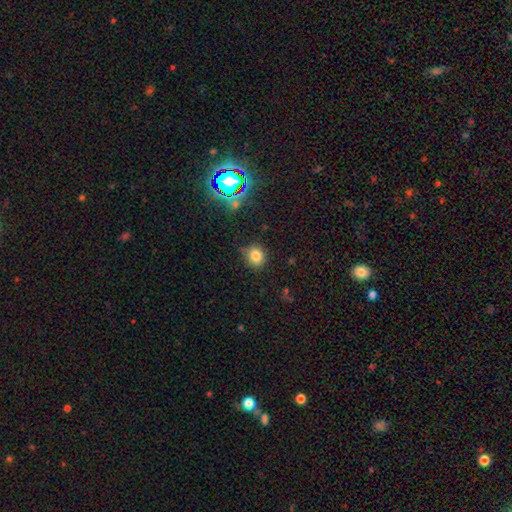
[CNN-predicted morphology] smooth_or_featured: smooth (p=0.78) [alt: star or artifact p=0.15]
how_rounded: round (p=0.80) [alt: in between p=0.19]
merging: none (p=0.80) [alt: minor disturbance p=0.14]